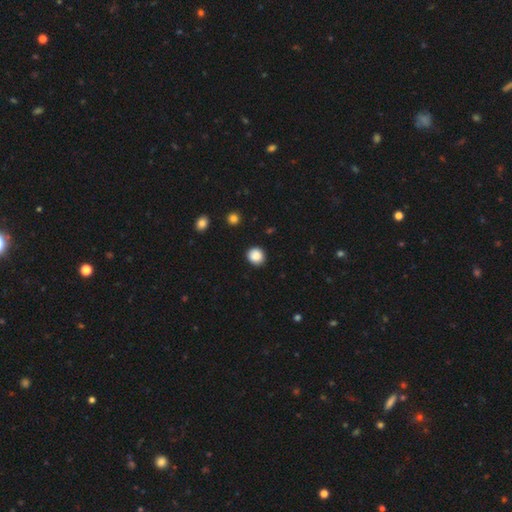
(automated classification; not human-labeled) This appears to be a smooth galaxy with no disk features (88%) that is round (86%). Merging: none (89%).